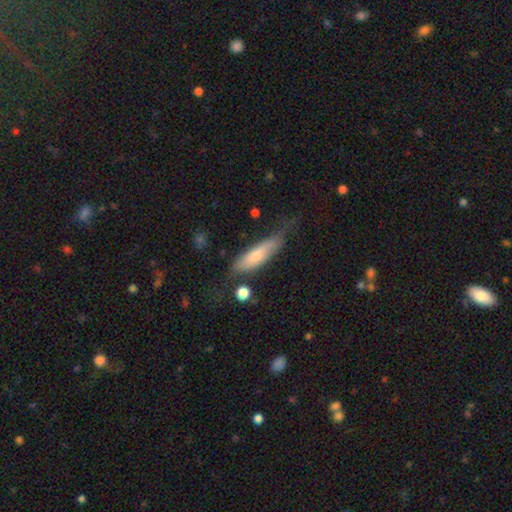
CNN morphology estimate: Smooth or featured? smooth (62%)
How rounded? cigar-shaped (67%)
Merging? none (56%)